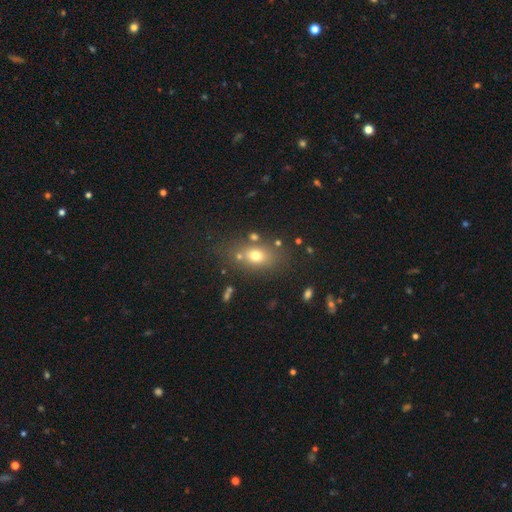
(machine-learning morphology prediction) The model was most divided on "how rounded": in between: 68%, round: 29%, cigar-shaped: 3%. More confident: merging — none (71%); smooth or featured — smooth (69%).